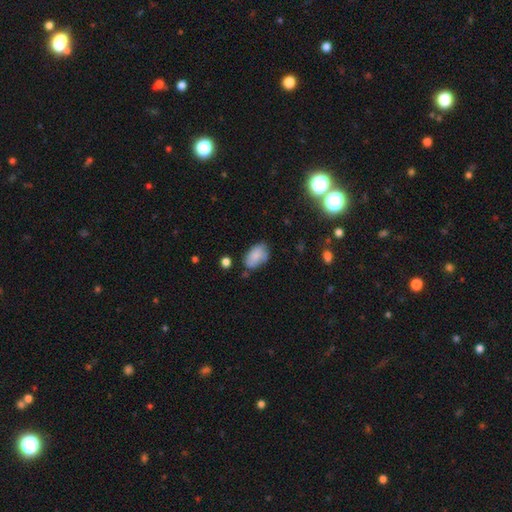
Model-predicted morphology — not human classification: smooth-or-featured: smooth: 80% | featured or disk: 12% | star or artifact: 8%
  how-rounded: in between: 91% | round: 7% | cigar-shaped: 2%
  merging: none: 62% | minor disturbance: 27% | major disturbance: 6% | merger: 5%